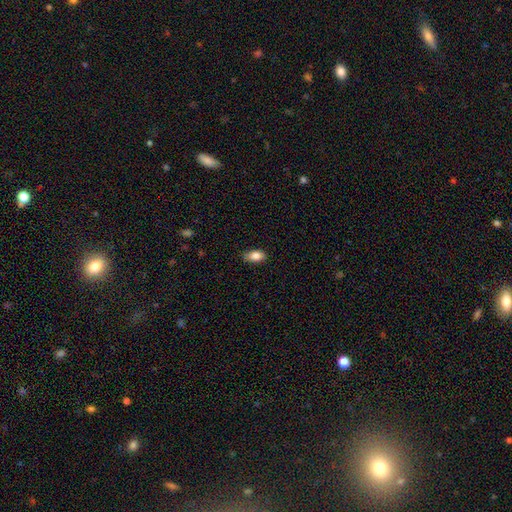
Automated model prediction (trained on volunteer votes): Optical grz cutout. It shows a smooth galaxy with no disk features (85%) that is in between round and cigar-shaped (90%). Merging: none (79%).